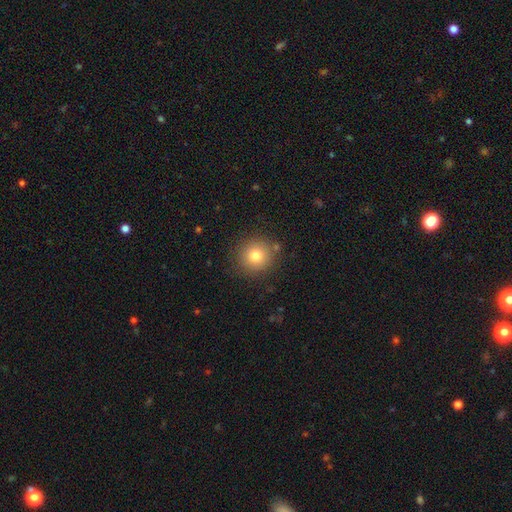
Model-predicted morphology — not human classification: A smooth galaxy with no disk features (79%) that is round (92%).

Vote fractions:
- Smooth or featured? smooth: 79% / star or artifact: 12% / featured or disk: 10%
- How rounded? round: 92% / in between: 7% / cigar-shaped: 1%
- Merging? none: 86% / minor disturbance: 8% / major disturbance: 3% / merger: 2%